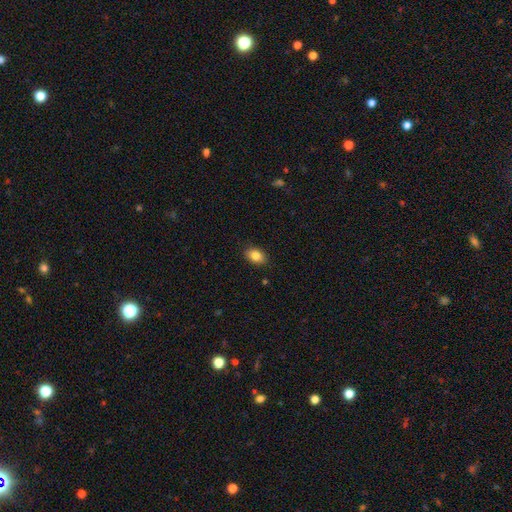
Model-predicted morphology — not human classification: This is clearly a smooth galaxy (84%). How rounded: clearly in between (83%). Merging: clearly none (87%).